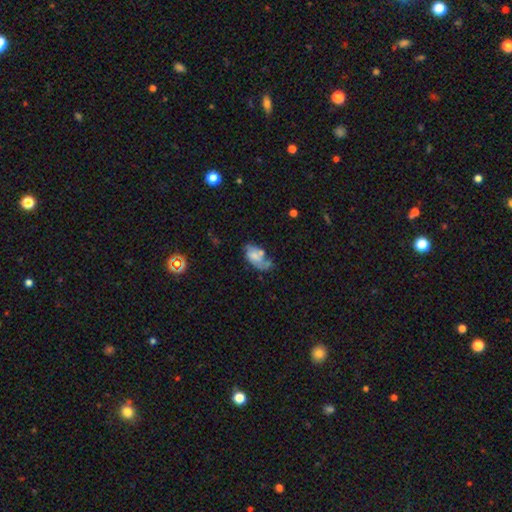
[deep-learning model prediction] Smooth or featured? featured or disk (48%)
Merging? none (39%)